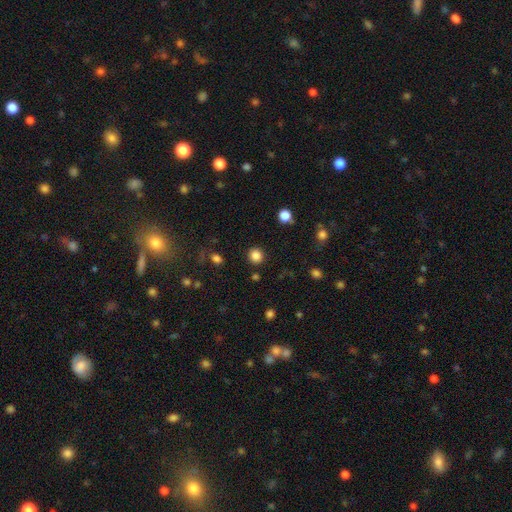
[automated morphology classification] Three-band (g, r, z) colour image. It shows a smooth galaxy with no disk features (85%) that is round (89%). Merging: none (90%).